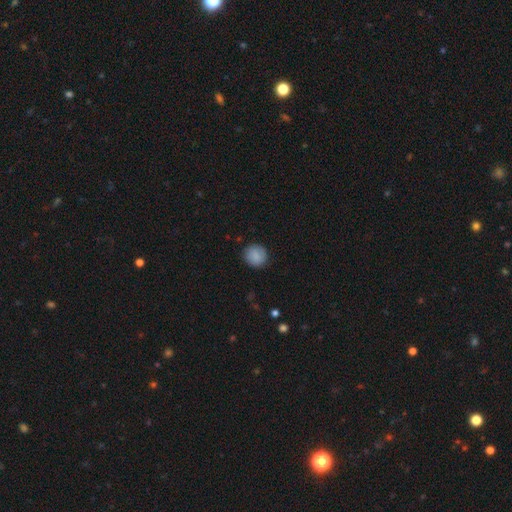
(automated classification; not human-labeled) Overall: smooth (87%). How rounded: round (90%). Merging: none (87%).